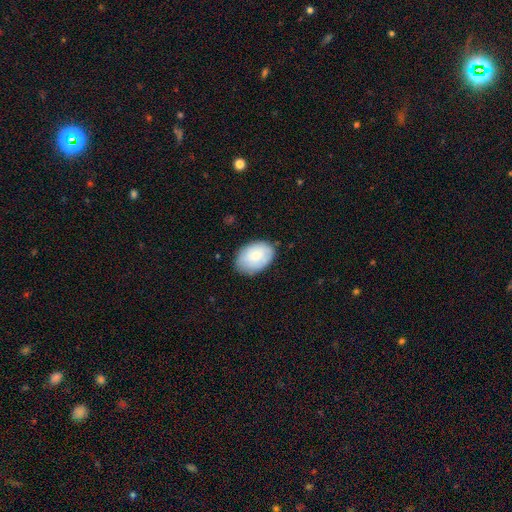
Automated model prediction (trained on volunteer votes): Smooth or featured?
  - smooth: 75% *
  - featured or disk: 19%
  - star or artifact: 6%
How rounded?
  - in between: 85% *
  - round: 14%
  - cigar-shaped: 1%
Merging?
  - none: 80% *
  - minor disturbance: 16%
  - major disturbance: 3%
  - merger: 1%